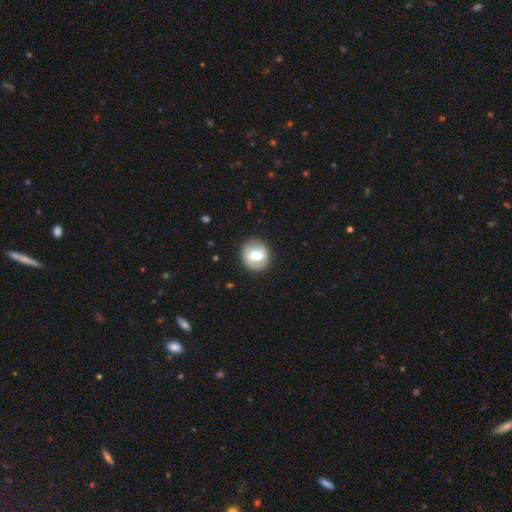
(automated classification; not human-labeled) Morphology: type=smooth (53%); roundness=round (86%); merging=none (86%).